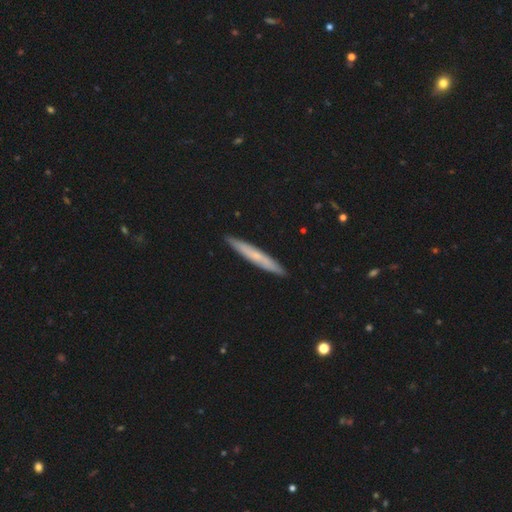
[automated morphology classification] A smooth galaxy with no disk features (53%) that is cigar-shaped (96%). Merging: none (91%).